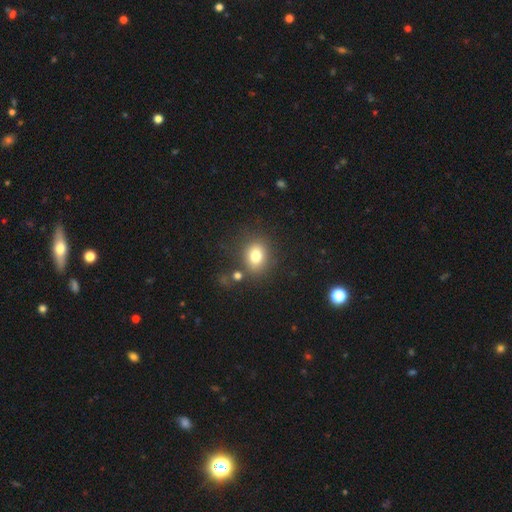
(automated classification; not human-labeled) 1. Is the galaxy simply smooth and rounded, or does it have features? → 79% smooth, 12% star or artifact, 10% featured or disk.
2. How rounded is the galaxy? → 55% round, 44% in between, 1% cigar-shaped.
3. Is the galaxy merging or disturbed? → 75% none, 12% minor disturbance, 8% merger, 5% major disturbance.